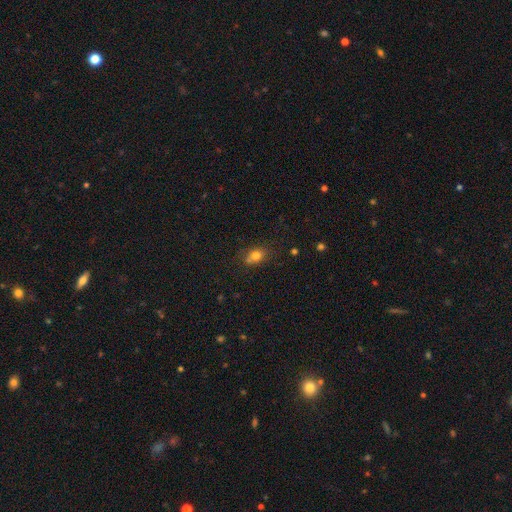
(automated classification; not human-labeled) Smooth or featured?
  - smooth: 77% *
  - star or artifact: 12%
  - featured or disk: 11%
How rounded?
  - in between: 68% *
  - round: 29%
  - cigar-shaped: 3%
Merging?
  - none: 63% *
  - minor disturbance: 21%
  - merger: 10%
  - major disturbance: 6%